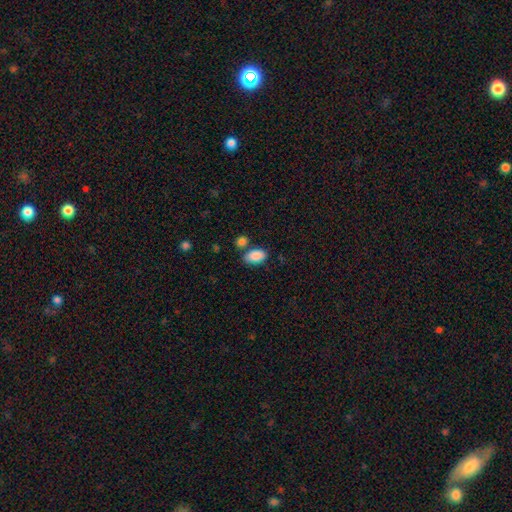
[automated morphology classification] Overall: smooth (88%). How rounded: in between (92%). Merging: none (65%).